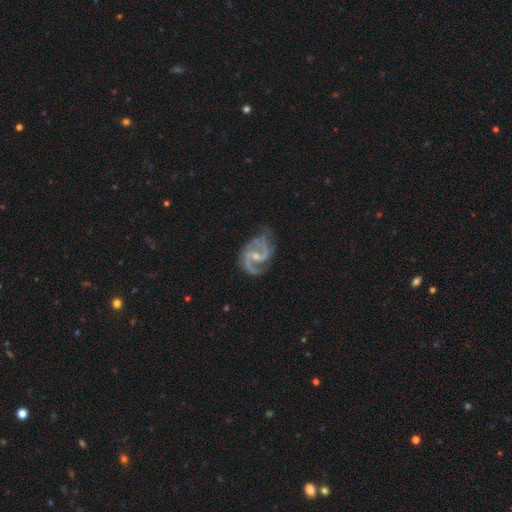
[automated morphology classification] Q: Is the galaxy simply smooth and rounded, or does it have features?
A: featured or disk — 92%.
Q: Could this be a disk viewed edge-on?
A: no — 98%.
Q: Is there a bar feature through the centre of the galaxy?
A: weak — 51%.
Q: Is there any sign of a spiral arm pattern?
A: yes — 98%.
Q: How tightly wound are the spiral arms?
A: medium — 60%.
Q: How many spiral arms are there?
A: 2 — 89%.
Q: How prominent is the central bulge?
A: small — 61%.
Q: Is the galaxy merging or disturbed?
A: none — 62%.